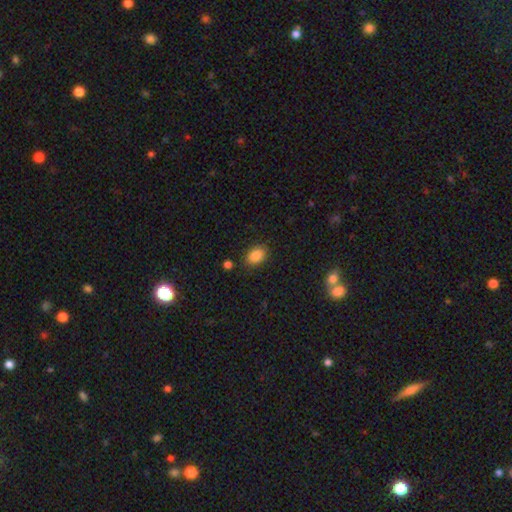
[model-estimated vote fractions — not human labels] Smooth or featured?
  - smooth: 86% *
  - star or artifact: 9%
  - featured or disk: 5%
How rounded?
  - in between: 80% *
  - round: 19%
  - cigar-shaped: 1%
Merging?
  - none: 83% *
  - minor disturbance: 12%
  - major disturbance: 3%
  - merger: 2%